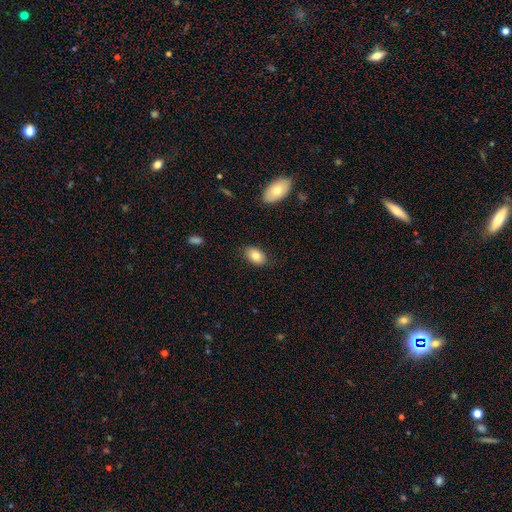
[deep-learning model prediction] smooth-or-featured: smooth: 81% | featured or disk: 11% | star or artifact: 8%
  how-rounded: in between: 89% | round: 10% | cigar-shaped: 1%
  merging: none: 85% | minor disturbance: 12% | major disturbance: 2% | merger: 1%